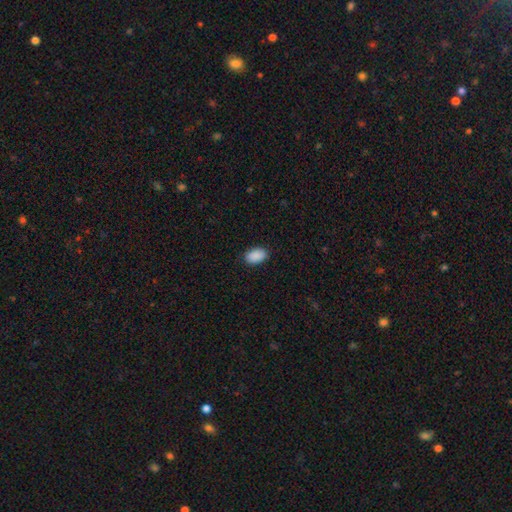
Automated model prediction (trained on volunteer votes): Smooth or featured? Predicted: smooth (p=0.91). How rounded? Predicted: in between (p=0.91). Merging? Predicted: none (p=0.89).